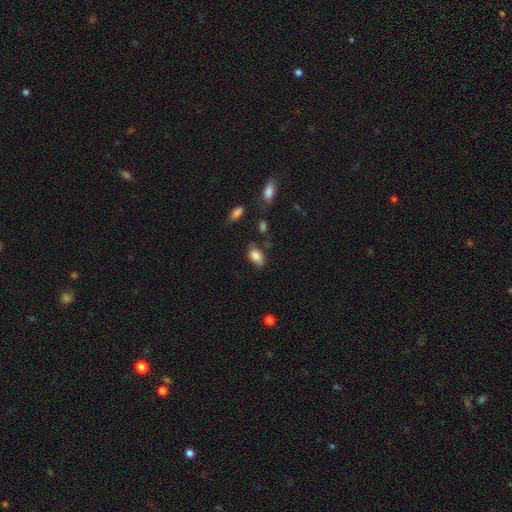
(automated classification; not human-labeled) The model was most divided on "merging": none: 60%, minor disturbance: 29%, major disturbance: 7%, merger: 4%. More confident: how rounded — in between (89%); smooth or featured — smooth (82%).